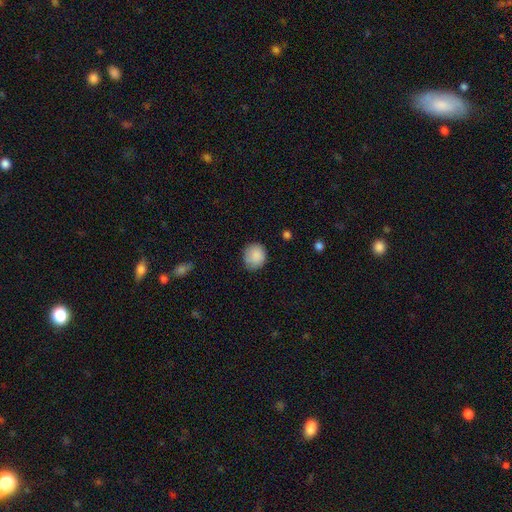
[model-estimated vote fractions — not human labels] A smooth galaxy with no disk features (88%) that is round (82%). Merging: none (76%).